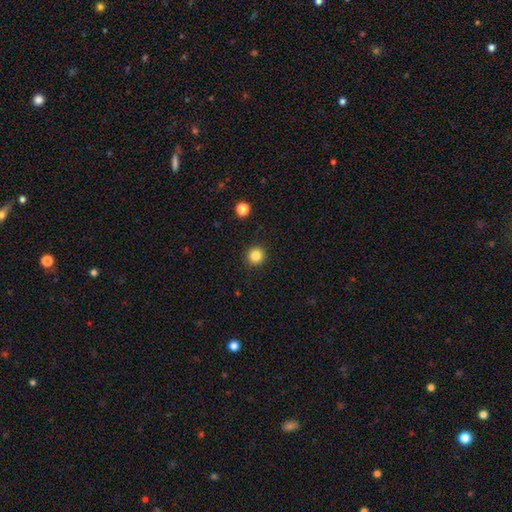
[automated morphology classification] This is clearly a smooth galaxy (85%). How rounded: clearly round (92%). Merging: clearly none (92%).